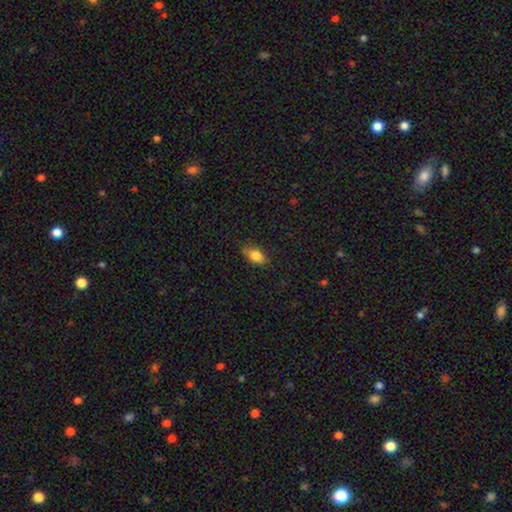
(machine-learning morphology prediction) Q: Smooth or featured?
A: smooth (82%); runner-up: featured or disk (10%)
Q: How rounded?
A: in between (85%); runner-up: round (10%)
Q: Merging?
A: none (82%); runner-up: minor disturbance (14%)